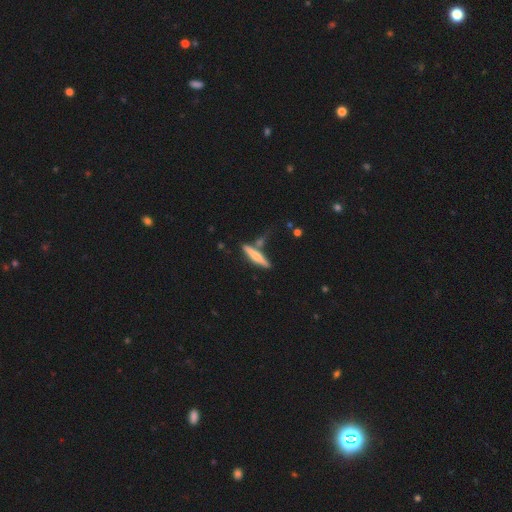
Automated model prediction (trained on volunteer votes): Overall: smooth (53%; featured or disk 42%). How rounded: cigar-shaped (90%). Merging: none (72%).